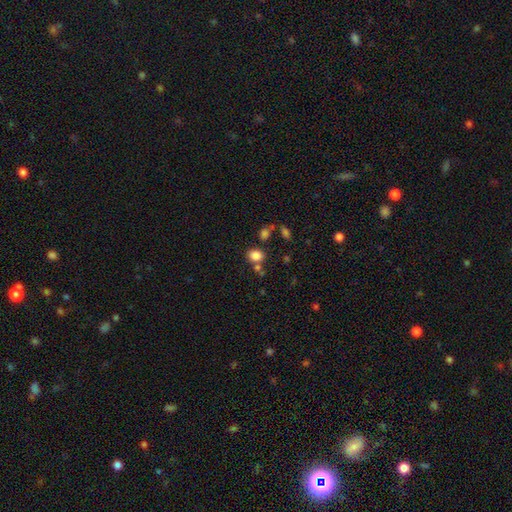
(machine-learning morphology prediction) Smooth or featured? Predicted: smooth (p=0.82). How rounded? Predicted: round (p=0.53). Merging? Predicted: none (p=0.69).